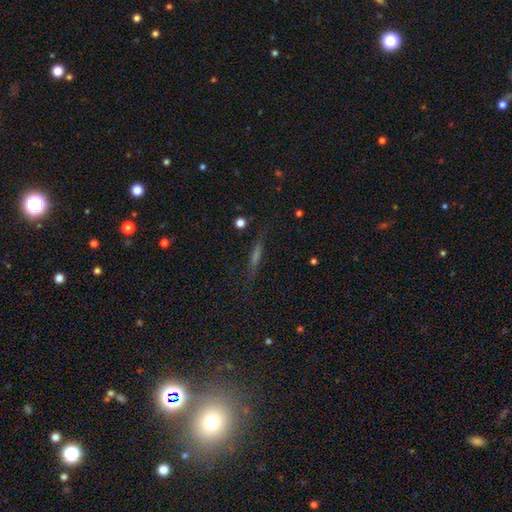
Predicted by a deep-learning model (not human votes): Q: Smooth or featured?
A: featured or disk (40%); tied with: smooth (40%)
Q: Merging?
A: none (79%); runner-up: minor disturbance (14%)